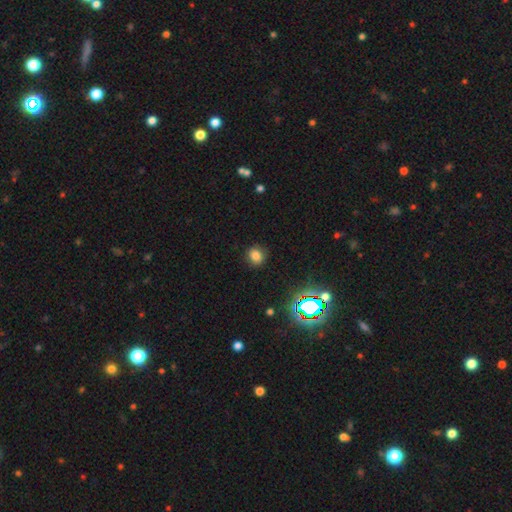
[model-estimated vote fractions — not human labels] A smooth galaxy with no disk features (77%) that is round (73%).

Vote fractions:
- Smooth or featured? smooth: 77% / star or artifact: 17% / featured or disk: 7%
- How rounded? round: 73% / in between: 26% / cigar-shaped: 1%
- Merging? none: 87% / minor disturbance: 9% / major disturbance: 3% / merger: 1%